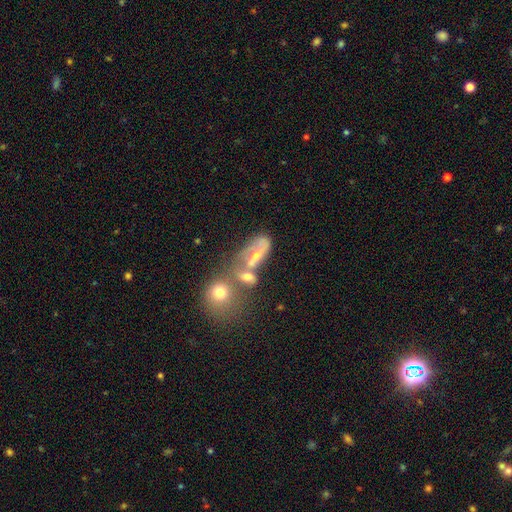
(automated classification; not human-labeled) This appears to be a featured or disk galaxy (56%). Merging: merger (41%).